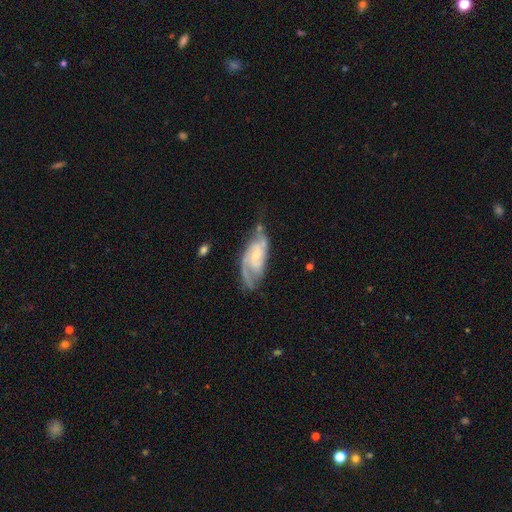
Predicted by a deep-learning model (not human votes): Smooth or featured? featured or disk (86%)
Edge-on disk? no (95%)
Bar? no (53%)
Spiral arms? yes (96%)
Spiral winding? medium (48%)
Spiral arm count? 2 (68%)
Bulge size? small (61%)
Merging? none (61%)